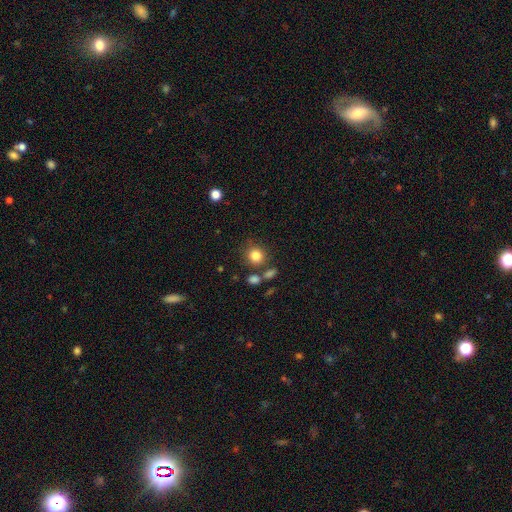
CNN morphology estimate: A smooth galaxy with no disk features (83%) that is round (87%). Merging: none (73%).